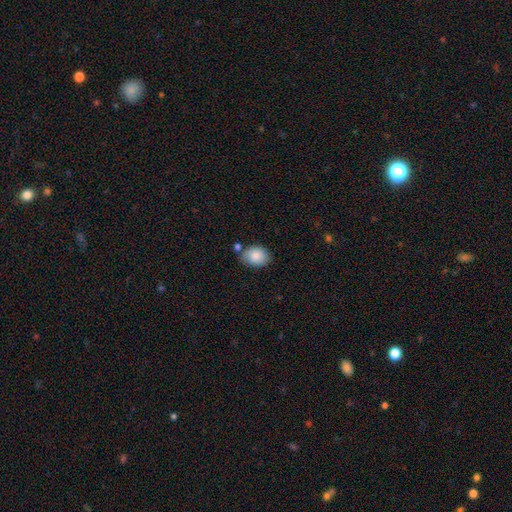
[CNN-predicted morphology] Smooth or featured: smooth — 86% (star or artifact — 7%)
How rounded: in between — 65% (round — 34%)
Merging: none — 71% (minor disturbance — 18%)